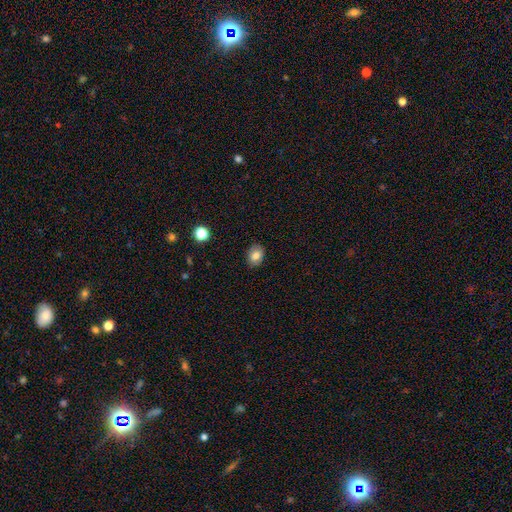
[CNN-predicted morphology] The model was most divided on "how rounded": in between: 65%, round: 34%, cigar-shaped: 1%. More confident: merging — none (86%); smooth or featured — smooth (80%).